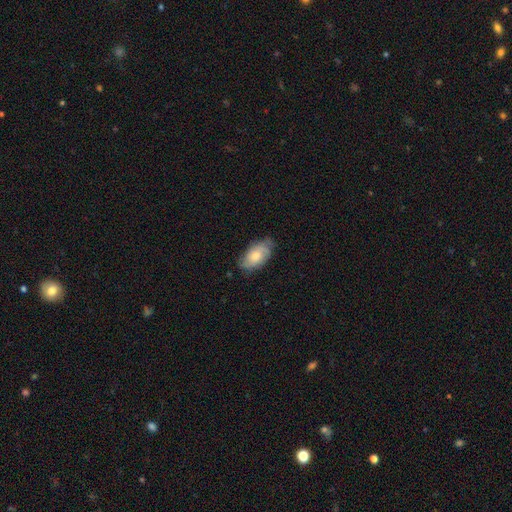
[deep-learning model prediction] Smooth or featured? Predicted: smooth (p=0.58). How rounded? Predicted: in between (p=0.92). Merging? Predicted: none (p=0.67).